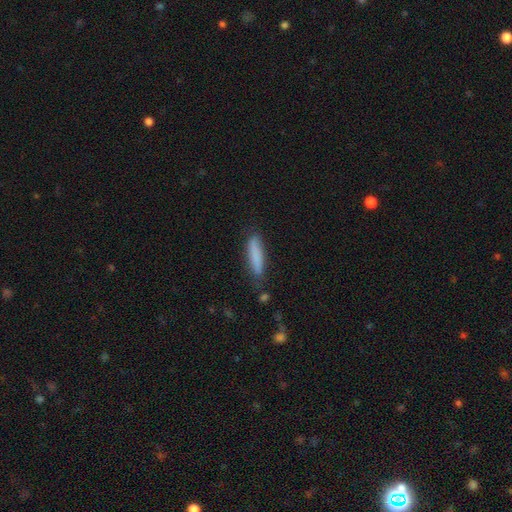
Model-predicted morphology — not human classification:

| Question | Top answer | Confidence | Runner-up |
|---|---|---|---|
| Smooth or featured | smooth | 82% | featured or disk (11%) |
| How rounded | cigar-shaped | 81% | in between (17%) |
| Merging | none | 78% | minor disturbance (16%) |